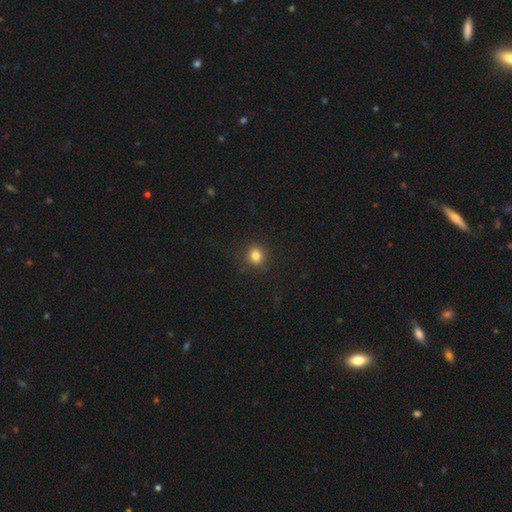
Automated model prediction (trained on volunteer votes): smooth_or_featured: smooth (p=0.82) [alt: star or artifact p=0.13]
how_rounded: round (p=0.76) [alt: in between p=0.23]
merging: none (p=0.88) [alt: minor disturbance p=0.09]